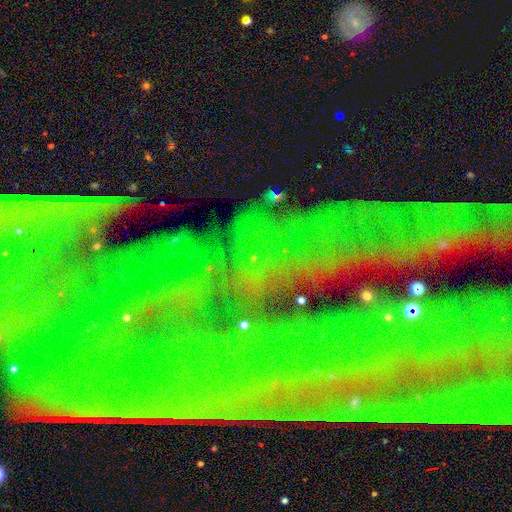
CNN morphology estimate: Overall: star or artifact (81%).